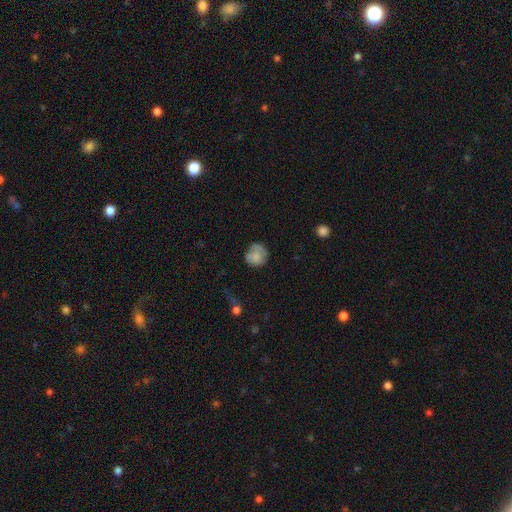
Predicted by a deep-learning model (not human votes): Morphology: type=smooth (71%); roundness=round (81%); merging=none (55%).